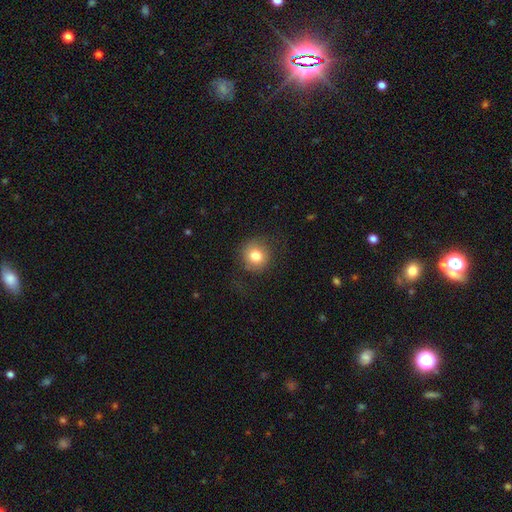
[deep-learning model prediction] A smooth galaxy with no disk features (79%) that is round (91%).

Vote fractions:
- Smooth or featured? smooth: 79% / featured or disk: 11% / star or artifact: 10%
- How rounded? round: 91% / in between: 8% / cigar-shaped: 1%
- Merging? none: 79% / minor disturbance: 13% / major disturbance: 7% / merger: 1%